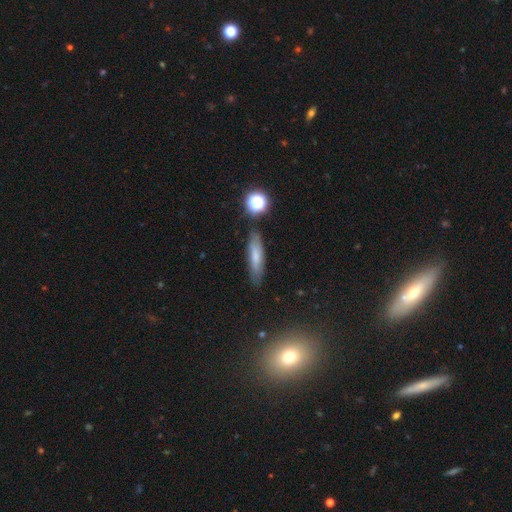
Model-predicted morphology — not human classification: This is likely a smooth galaxy (67%). How rounded: likely cigar-shaped (68%). Merging: clearly none (80%).